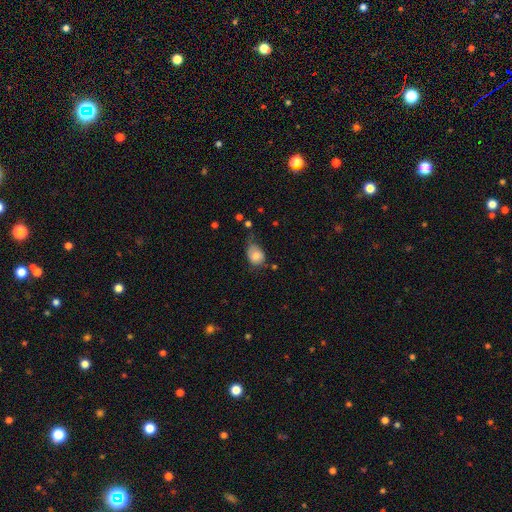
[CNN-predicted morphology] smooth_or_featured: smooth (p=0.74) [alt: featured or disk p=0.17]
how_rounded: in between (p=0.57) [alt: round p=0.42]
merging: minor disturbance (p=0.39) [alt: none p=0.37]